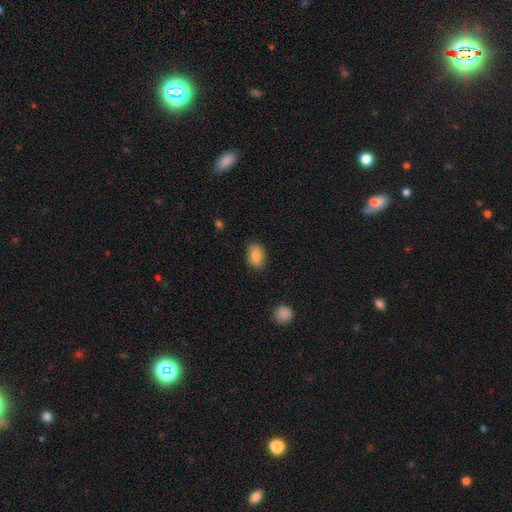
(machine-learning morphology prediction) This appears to be a smooth galaxy with no disk features (85%) that is in between round and cigar-shaped (82%). Merging: none (84%).